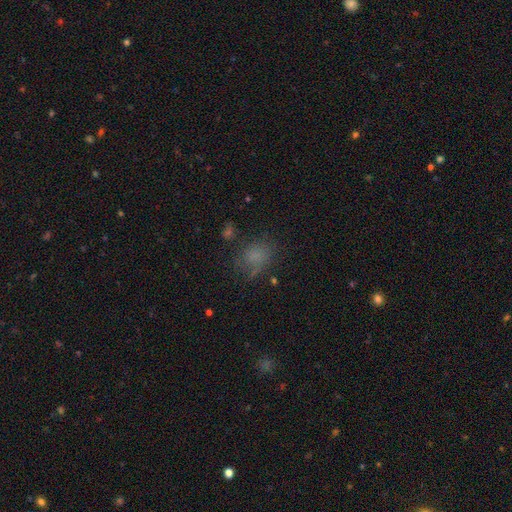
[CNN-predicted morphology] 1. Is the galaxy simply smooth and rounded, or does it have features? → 67% smooth, 19% star or artifact, 14% featured or disk.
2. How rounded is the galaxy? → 55% in between, 44% round, 2% cigar-shaped.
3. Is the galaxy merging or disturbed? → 55% none, 24% minor disturbance, 17% major disturbance, 4% merger.